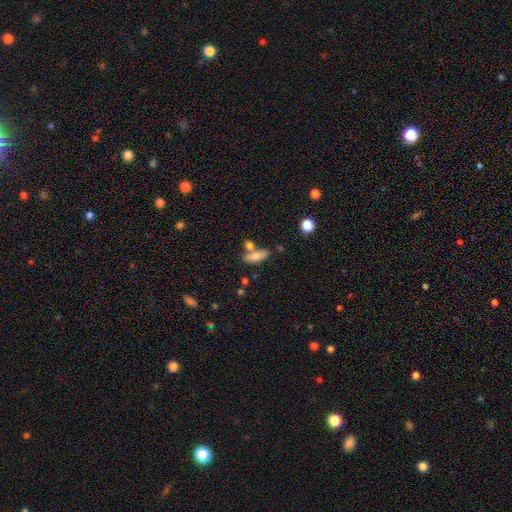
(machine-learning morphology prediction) The model was most divided on "how rounded": in between: 63%, cigar-shaped: 34%, round: 3%. More confident: smooth or featured — smooth (78%); merging — none (57%).